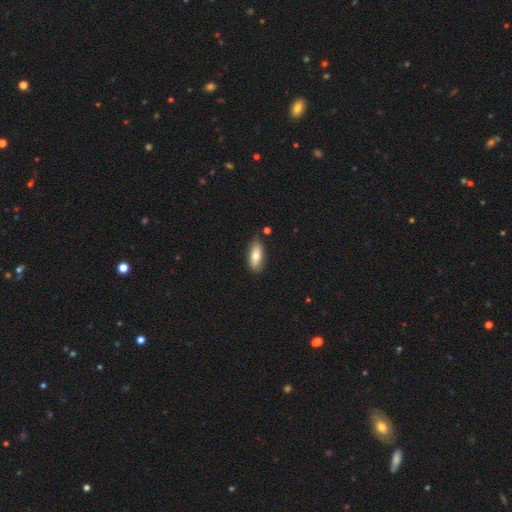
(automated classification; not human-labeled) smooth 74%, featured or disk 19%, star or artifact 6%. Down the decision tree: how rounded — in between (79%); merging — none (80%).